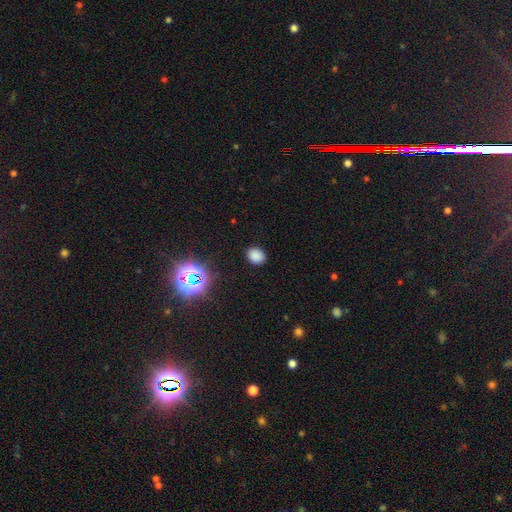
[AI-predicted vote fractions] smooth 79%, star or artifact 17%, featured or disk 4%. Down the decision tree: how rounded — round (54%); merging — none (88%).